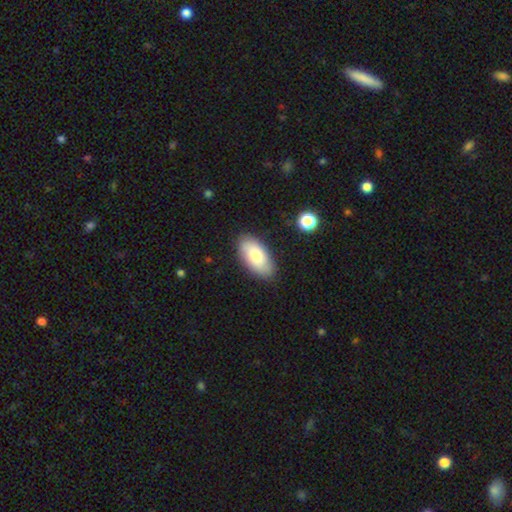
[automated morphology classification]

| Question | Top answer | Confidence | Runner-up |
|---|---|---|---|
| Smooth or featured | smooth | 78% | featured or disk (15%) |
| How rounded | in between | 93% | cigar-shaped (4%) |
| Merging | none | 85% | minor disturbance (11%) |